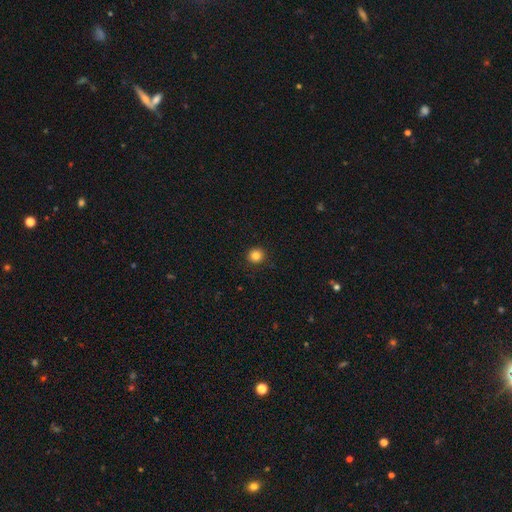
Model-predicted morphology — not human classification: Overall: smooth (84%). How rounded: round (93%). Merging: none (92%).